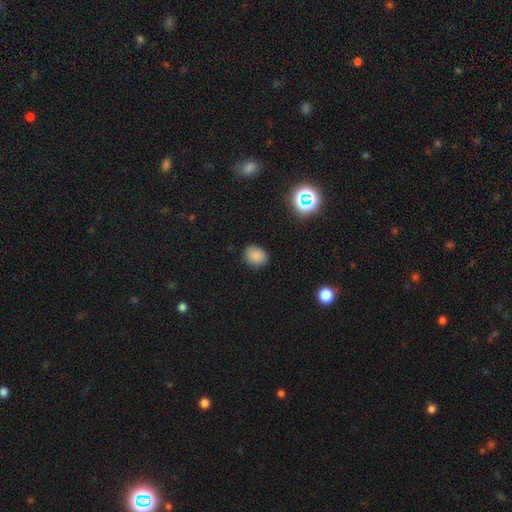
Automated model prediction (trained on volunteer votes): Overall: smooth (83%). How rounded: in between (52%; round 47%). Merging: none (84%).